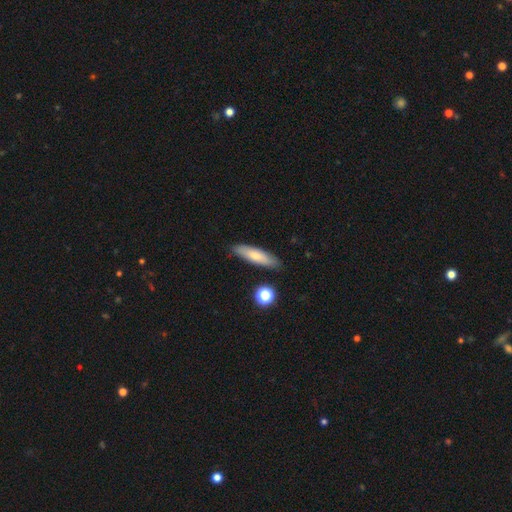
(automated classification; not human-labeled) This appears to be a smooth galaxy with no disk features (72%) that is cigar-shaped (70%). Merging: none (86%).